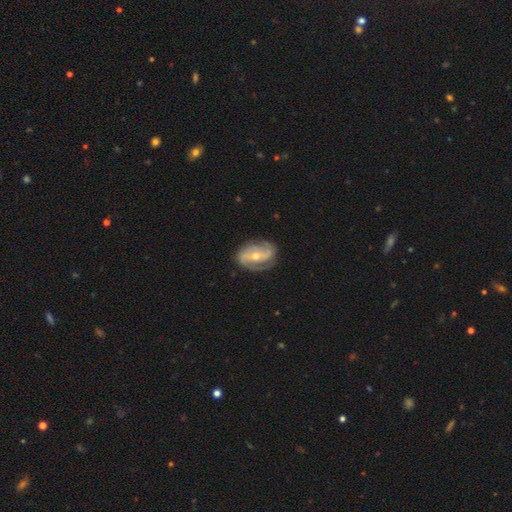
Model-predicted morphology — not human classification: smooth-or-featured: featured or disk: 83% | smooth: 11% | star or artifact: 6%
  disk-edge-on: no: 96% | yes: 4%
    bar: no: 38% | weak: 37% | strong: 25%
    has-spiral-arms: yes: 94% | no: 6%
      spiral-winding: medium: 43% | tight: 36% | loose: 21%
      spiral-arm-count: 2: 62% | 3: 16% | can't tell: 12% | 1: 4% | 4: 3% | more than 4: 3%
    bulge-size: moderate: 50% | small: 47% | large: 1% | none: 1% | dominant: 1%
  merging: none: 74% | minor disturbance: 18% | major disturbance: 6% | merger: 1%